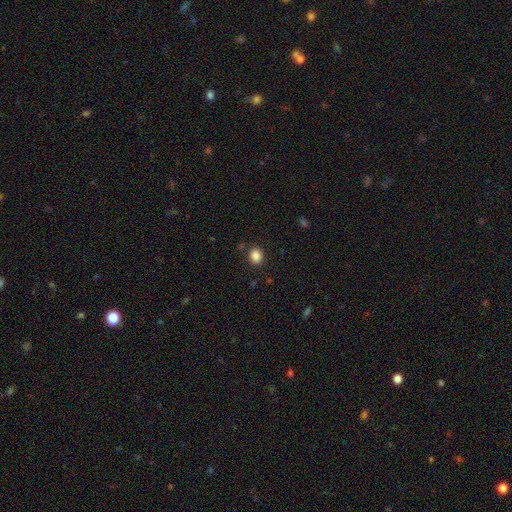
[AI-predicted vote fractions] The model was most divided on "how rounded": round: 59%, in between: 40%, cigar-shaped: 1%. More confident: smooth or featured — smooth (87%); merging — none (86%).